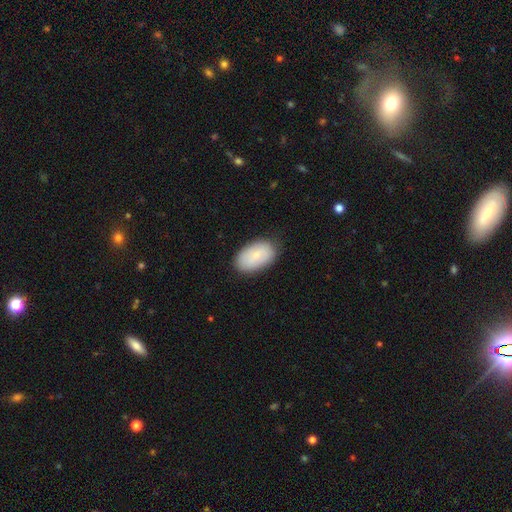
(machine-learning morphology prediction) A smooth galaxy with no disk features (75%) that is in between round and cigar-shaped (93%).

Vote fractions:
- Smooth or featured? smooth: 75% / featured or disk: 18% / star or artifact: 7%
- How rounded? in between: 93% / round: 5% / cigar-shaped: 1%
- Merging? none: 83% / minor disturbance: 13% / major disturbance: 3% / merger: 1%